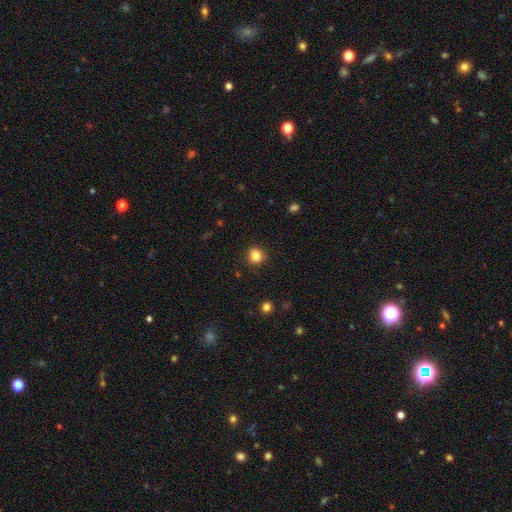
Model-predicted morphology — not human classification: The model was most divided on "how rounded": round: 70%, in between: 29%, cigar-shaped: 1%. More confident: merging — none (85%); smooth or featured — smooth (84%).